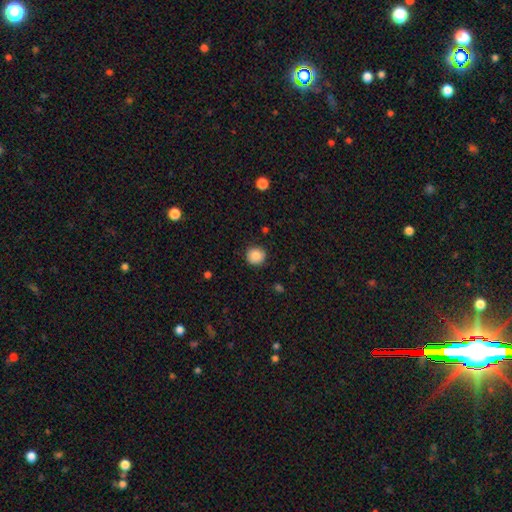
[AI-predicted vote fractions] Smooth or featured?
  - smooth: 87% *
  - star or artifact: 9%
  - featured or disk: 4%
How rounded?
  - round: 94% *
  - in between: 6%
  - cigar-shaped: 1%
Merging?
  - none: 89% *
  - minor disturbance: 8%
  - major disturbance: 2%
  - merger: 1%